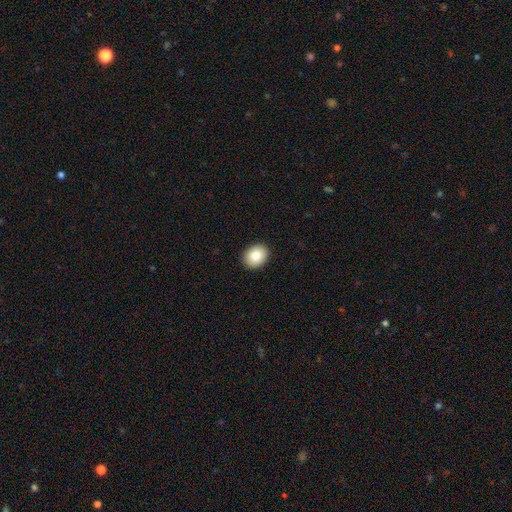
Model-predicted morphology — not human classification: Smooth or featured?
  - smooth: 83% *
  - featured or disk: 9%
  - star or artifact: 8%
How rounded?
  - in between: 52% *
  - round: 48%
  - cigar-shaped: 1%
Merging?
  - none: 92% *
  - minor disturbance: 6%
  - major disturbance: 2%
  - merger: 1%